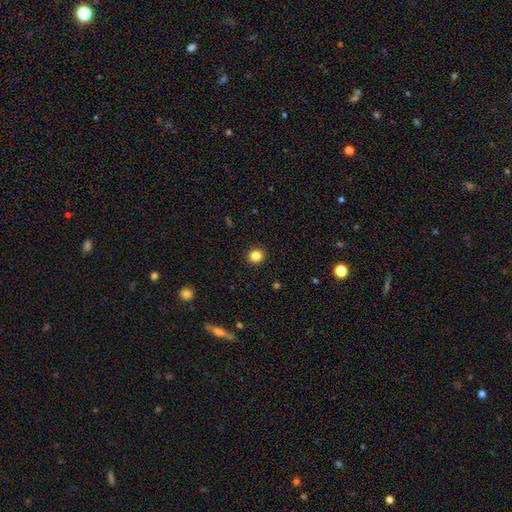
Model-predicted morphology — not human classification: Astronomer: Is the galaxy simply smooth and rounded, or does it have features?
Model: smooth — 84%.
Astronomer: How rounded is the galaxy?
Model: round — 85%.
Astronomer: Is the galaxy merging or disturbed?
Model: none — 92%.